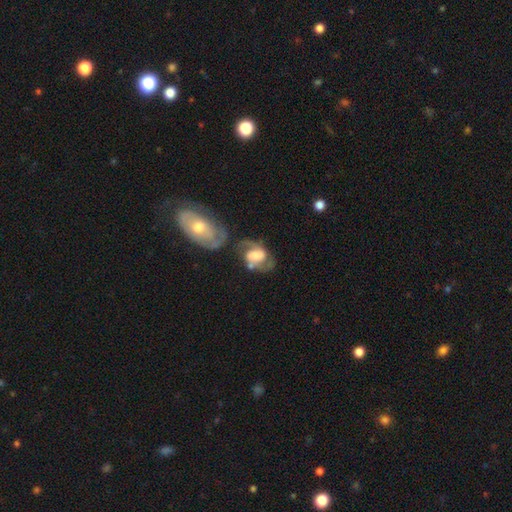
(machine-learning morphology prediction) Overall: featured or disk (73%). Edge-on disk: no (97%). Bar: weak (45%; no 37%). Spiral arms: yes (88%). Spiral arm count: 2 (86%). Spiral winding: medium (50%; loose 29%). Bulge size: moderate (38%; large 24%). Merging: none (46%; minor disturbance 20%).